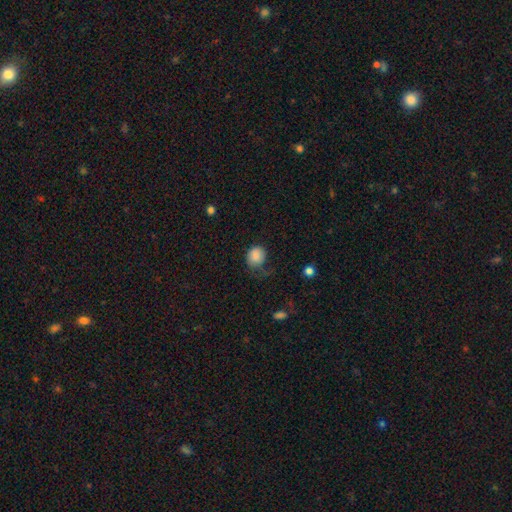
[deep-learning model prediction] A smooth galaxy with no disk features (86%) that is round (73%).

Vote fractions:
- Smooth or featured? smooth: 86% / star or artifact: 8% / featured or disk: 7%
- How rounded? round: 73% / in between: 26% / cigar-shaped: 1%
- Merging? none: 44% / minor disturbance: 30% / major disturbance: 24% / merger: 2%